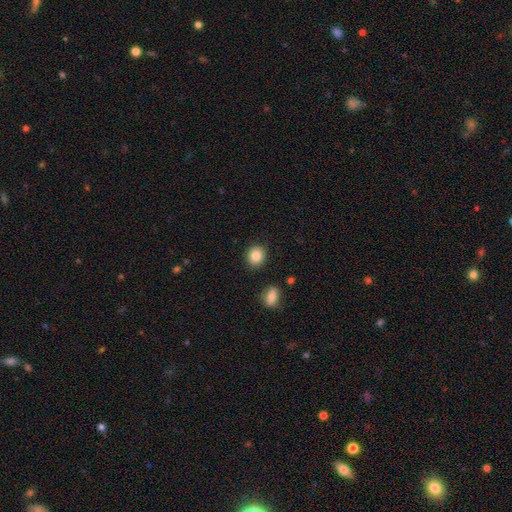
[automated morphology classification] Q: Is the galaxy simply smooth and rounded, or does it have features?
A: smooth — 87%.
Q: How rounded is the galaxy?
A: round — 75%.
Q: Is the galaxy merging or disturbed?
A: none — 87%.